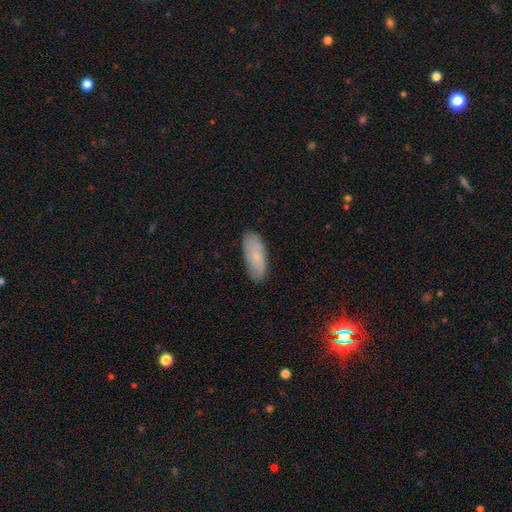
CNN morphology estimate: Q: Smooth or featured?
A: smooth (73%); runner-up: featured or disk (20%)
Q: How rounded?
A: in between (77%); runner-up: cigar-shaped (21%)
Q: Merging?
A: none (81%); runner-up: minor disturbance (15%)